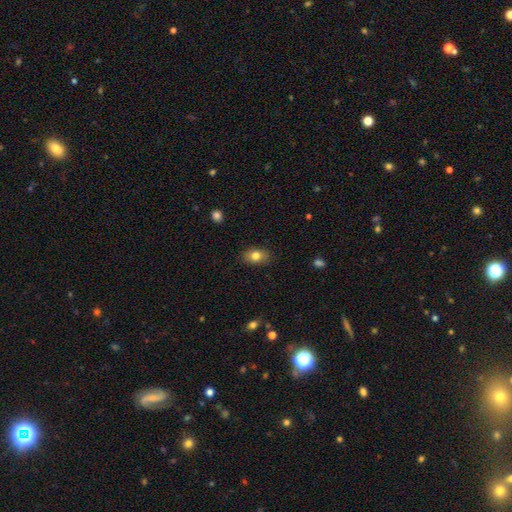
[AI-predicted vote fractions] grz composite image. It shows a smooth galaxy with no disk features (80%) that is in between round and cigar-shaped (78%). Merging: none (85%).